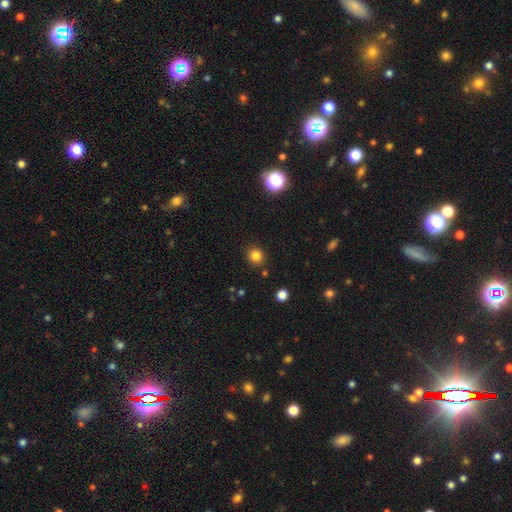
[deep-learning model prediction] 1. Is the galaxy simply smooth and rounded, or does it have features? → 82% smooth, 14% star or artifact, 5% featured or disk.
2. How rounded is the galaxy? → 89% round, 10% in between, 1% cigar-shaped.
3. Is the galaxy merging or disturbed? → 87% none, 7% minor disturbance, 3% merger, 2% major disturbance.